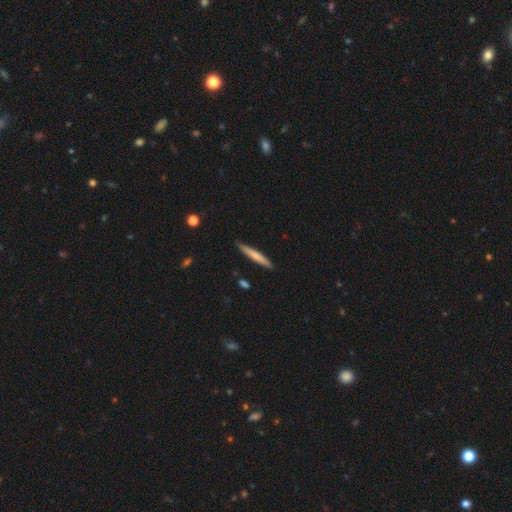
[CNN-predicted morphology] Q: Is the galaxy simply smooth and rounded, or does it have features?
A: smooth — 65%.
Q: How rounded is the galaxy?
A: cigar-shaped — 95%.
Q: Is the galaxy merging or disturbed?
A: none — 87%.